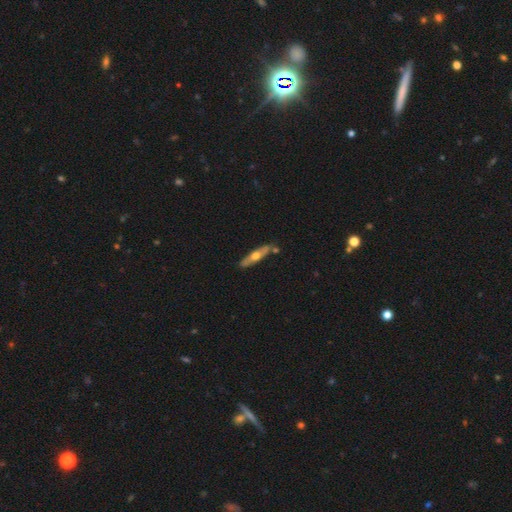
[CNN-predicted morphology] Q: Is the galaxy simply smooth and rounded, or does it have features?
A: featured or disk — 53%.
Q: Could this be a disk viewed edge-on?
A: yes — 69%.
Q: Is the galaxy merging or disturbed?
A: none — 78%.